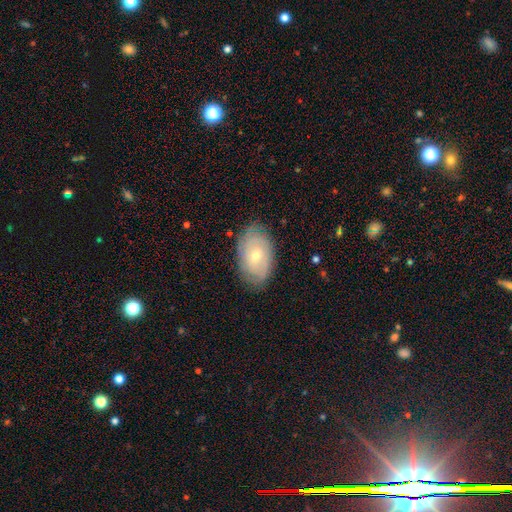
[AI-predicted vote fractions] Smooth or featured?
  - featured or disk: 60% *
  - smooth: 33%
  - star or artifact: 7%
Edge-on disk?
  - no: 93% *
  - yes: 7%
Bar?
  - no: 74% *
  - weak: 22%
  - strong: 4%
Spiral arms?
  - yes: 76% *
  - no: 24%
Bulge size?
  - small: 53% *
  - moderate: 44%
  - large: 1%
  - none: 1%
  - dominant: 1%
Merging?
  - none: 81% *
  - minor disturbance: 15%
  - major disturbance: 3%
  - merger: 1%